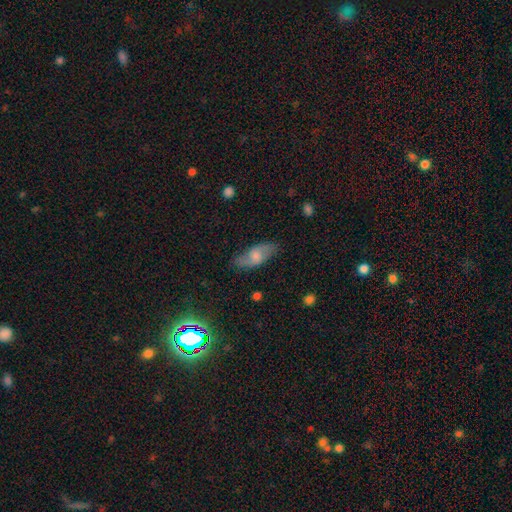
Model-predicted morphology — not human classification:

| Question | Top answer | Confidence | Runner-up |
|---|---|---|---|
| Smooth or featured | smooth | 57% | featured or disk (36%) |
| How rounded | in between | 82% | cigar-shaped (15%) |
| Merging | none | 76% | minor disturbance (18%) |